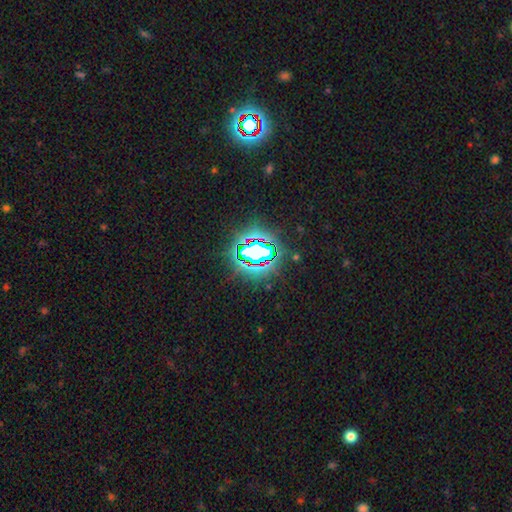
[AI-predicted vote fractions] A star or artifact, not a galaxy (79%).